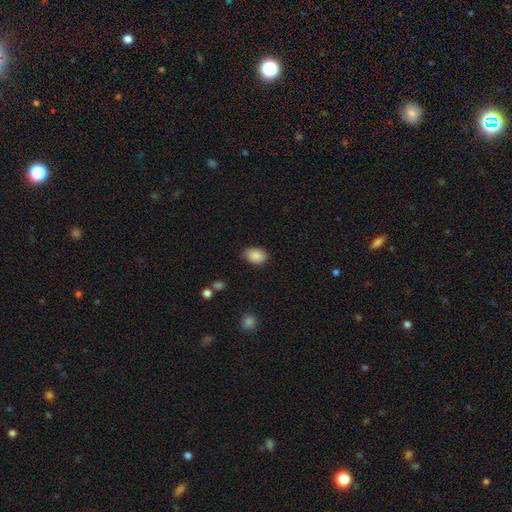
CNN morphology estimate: This is clearly a smooth galaxy (89%). How rounded: clearly in between (86%). Merging: clearly none (84%).